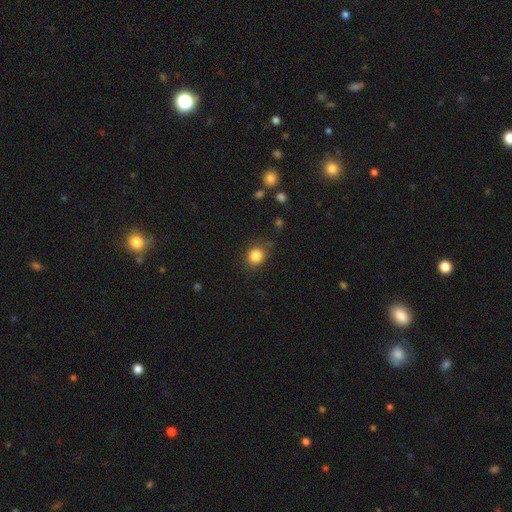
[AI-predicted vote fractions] Morphology: type=smooth (84%); roundness=round (77%); merging=none (79%).